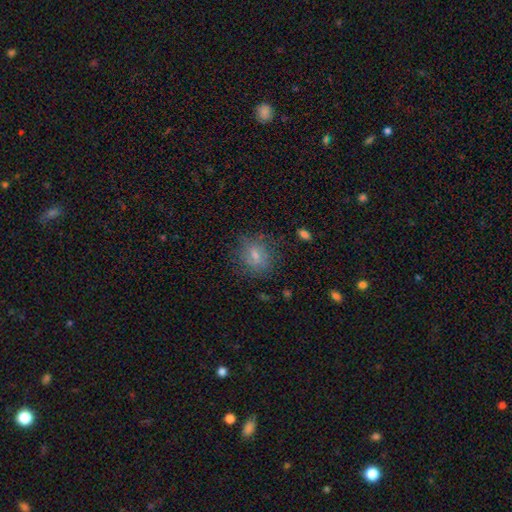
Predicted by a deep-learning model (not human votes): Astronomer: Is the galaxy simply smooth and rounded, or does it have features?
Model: smooth — 61%.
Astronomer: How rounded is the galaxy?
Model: round — 65%.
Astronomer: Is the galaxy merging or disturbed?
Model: none — 77%.